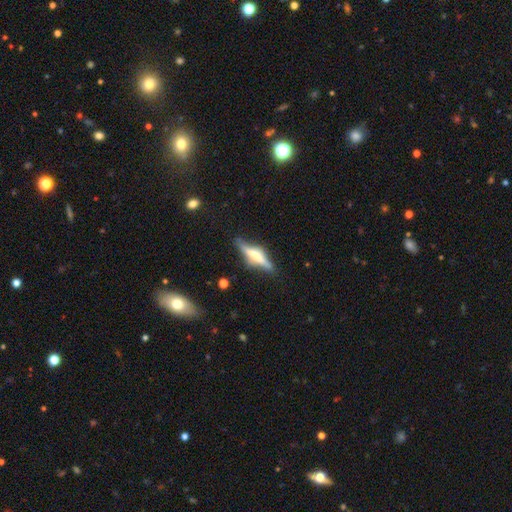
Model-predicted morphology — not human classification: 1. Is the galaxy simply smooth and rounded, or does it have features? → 64% featured or disk, 30% smooth, 7% star or artifact.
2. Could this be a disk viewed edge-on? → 94% yes, 6% no.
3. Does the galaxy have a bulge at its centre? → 68% rounded, 22% boxy, 10% none.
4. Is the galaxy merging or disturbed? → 78% none, 15% minor disturbance, 4% major disturbance, 2% merger.